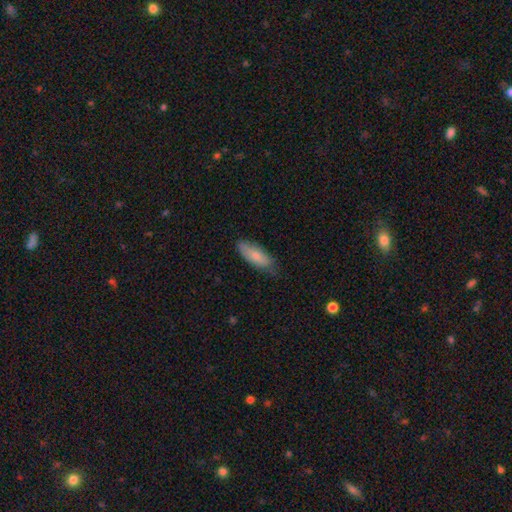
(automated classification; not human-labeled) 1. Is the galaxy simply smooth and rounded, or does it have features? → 80% smooth, 14% featured or disk, 6% star or artifact.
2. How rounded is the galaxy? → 73% in between, 25% cigar-shaped, 2% round.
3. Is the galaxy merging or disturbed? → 71% none, 24% minor disturbance, 4% major disturbance, 1% merger.